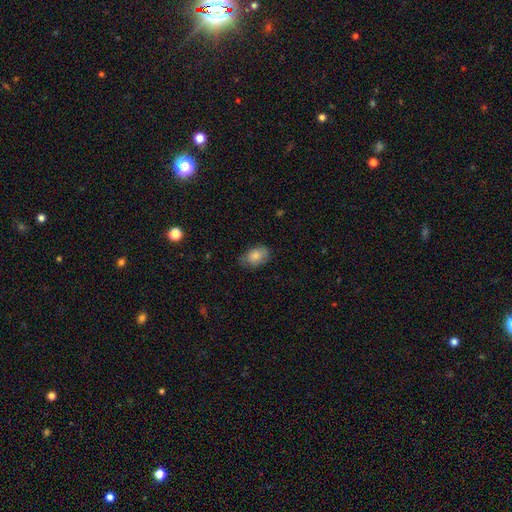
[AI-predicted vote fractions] Q: Smooth or featured?
A: smooth (81%); runner-up: featured or disk (12%)
Q: How rounded?
A: in between (85%); runner-up: round (14%)
Q: Merging?
A: none (72%); runner-up: minor disturbance (22%)